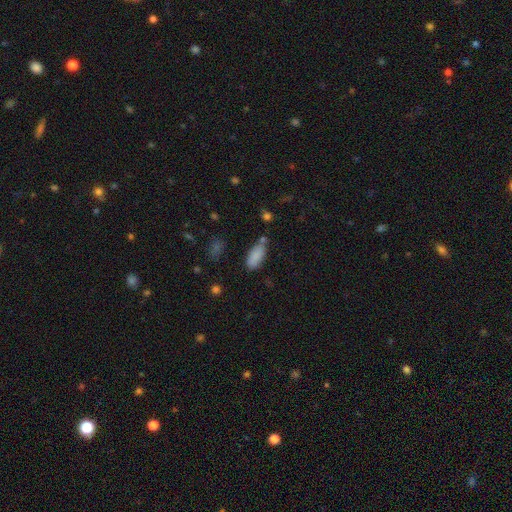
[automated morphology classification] This appears to be a smooth galaxy with no disk features (86%) that is in between round and cigar-shaped (88%). Merging: none (65%).